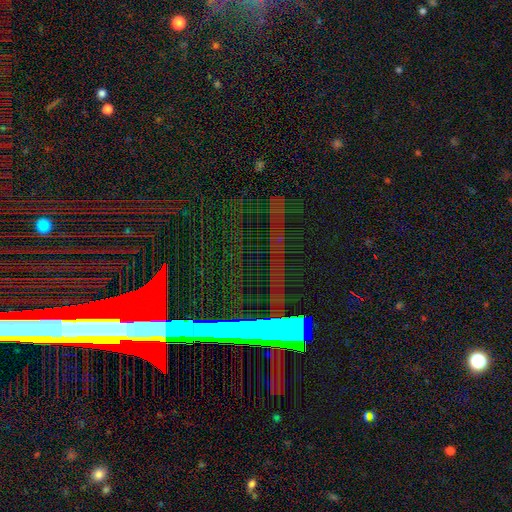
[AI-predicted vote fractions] Smooth or featured? Predicted: star or artifact (p=0.78).